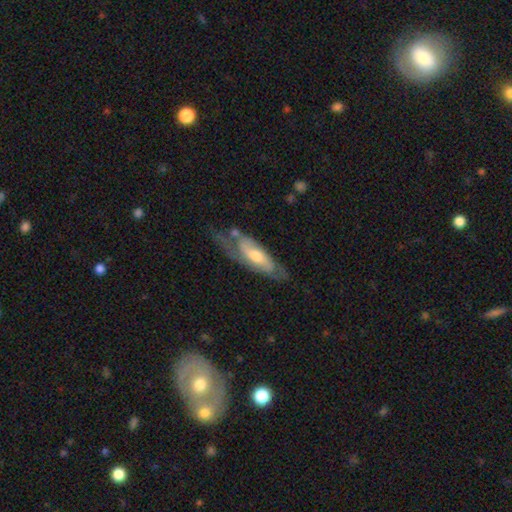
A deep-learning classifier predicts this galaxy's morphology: This is likely a featured or disk galaxy (61%). It is likely not viewed edge-on (76%). Merging: marginally none (44%).